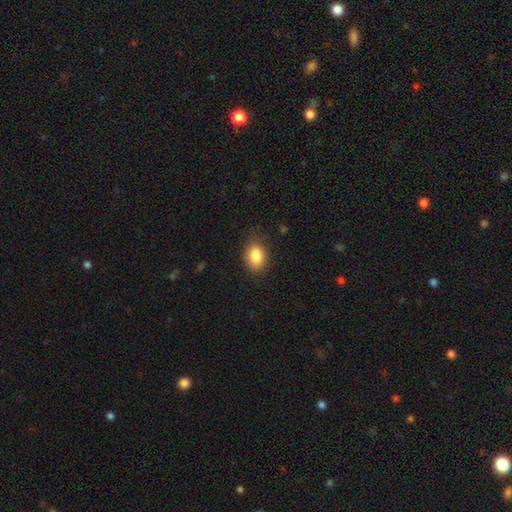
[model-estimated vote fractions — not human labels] Q: Smooth or featured?
A: smooth (85%); runner-up: star or artifact (9%)
Q: How rounded?
A: in between (76%); runner-up: round (23%)
Q: Merging?
A: none (81%); runner-up: minor disturbance (14%)